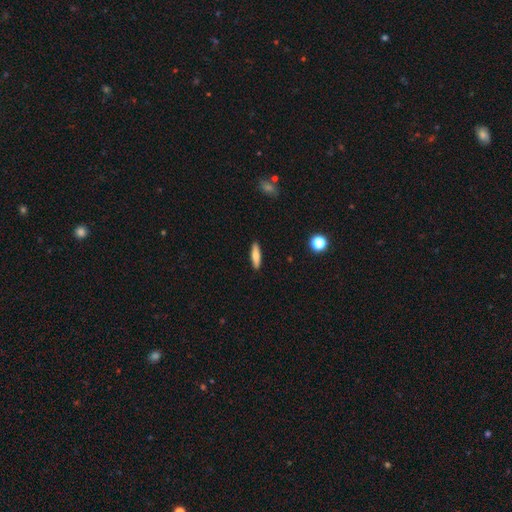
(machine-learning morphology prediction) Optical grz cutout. It shows a smooth galaxy with no disk features (75%) that is cigar-shaped (66%). Merging: none (90%).